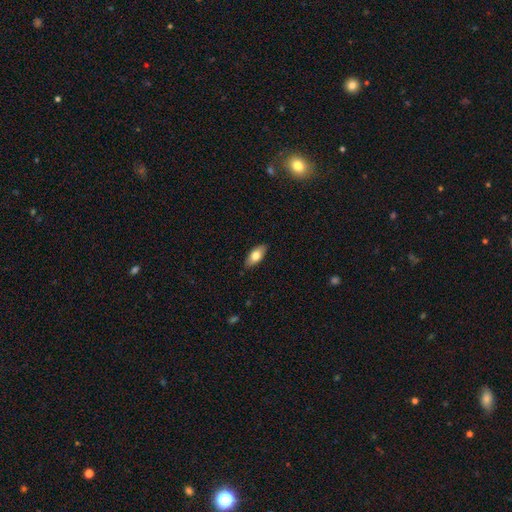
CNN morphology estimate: This appears to be a smooth galaxy with no disk features (75%) that is in between round and cigar-shaped (89%). Merging: none (87%).